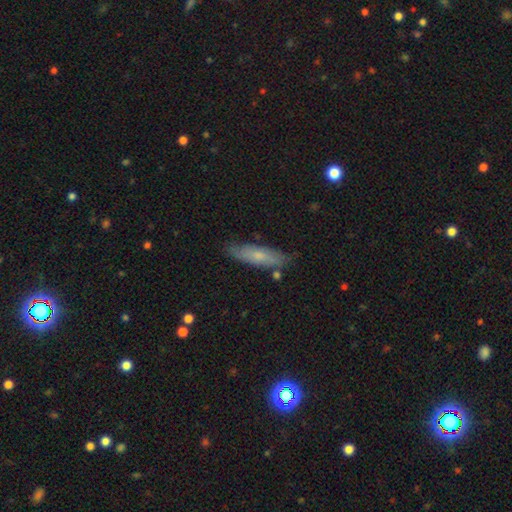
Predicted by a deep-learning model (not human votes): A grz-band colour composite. It shows a smooth galaxy with no disk features (57%) that is cigar-shaped (71%). Merging: none (81%).